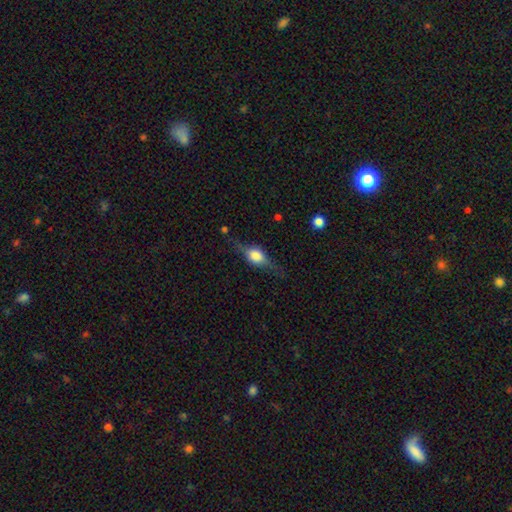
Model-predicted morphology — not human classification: featured or disk 55%, smooth 37%, star or artifact 8%. Down the decision tree: edge-on disk — yes (92%); edge-on bulge — rounded (92%); merging — none (71%).